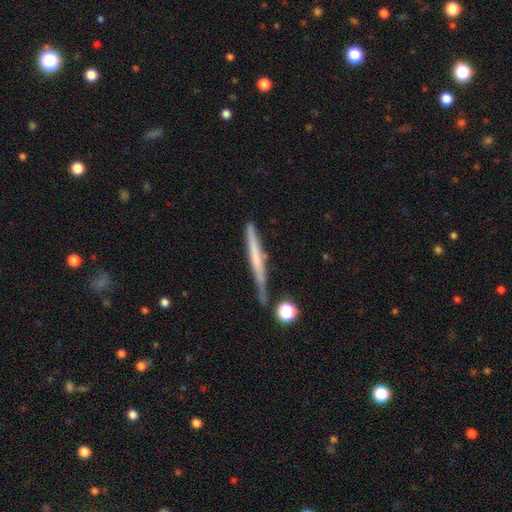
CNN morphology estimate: Smooth or featured? smooth (47%)
Merging? none (66%)